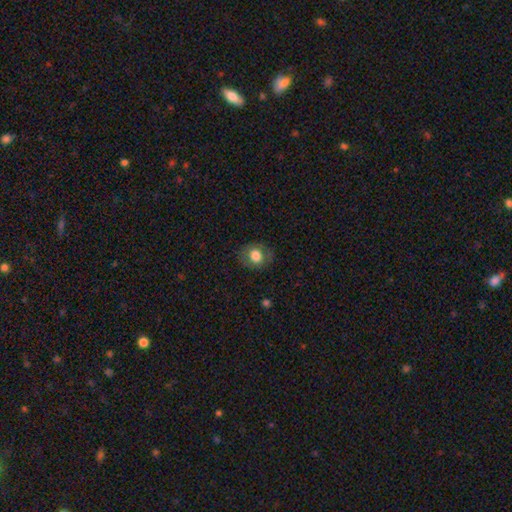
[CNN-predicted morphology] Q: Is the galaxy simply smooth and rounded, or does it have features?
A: smooth — 71%.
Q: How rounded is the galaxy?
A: round — 65%.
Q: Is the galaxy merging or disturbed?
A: none — 81%.